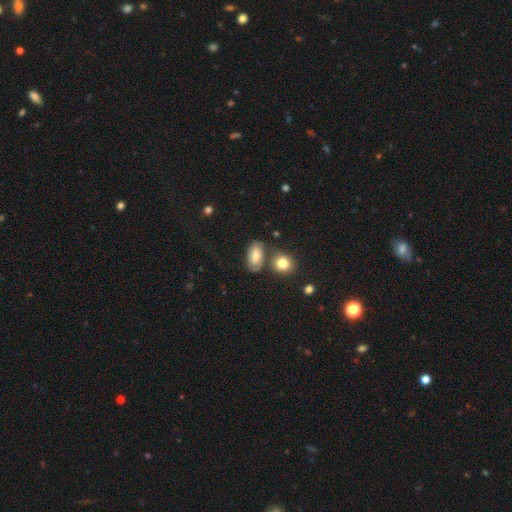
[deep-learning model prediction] smooth_or_featured: smooth (p=0.61) [alt: featured or disk p=0.29]
how_rounded: in between (p=0.85) [alt: round p=0.12]
merging: none (p=0.61) [alt: merger p=0.18]